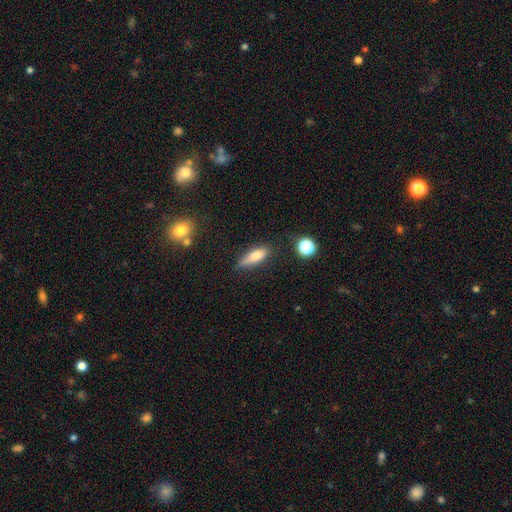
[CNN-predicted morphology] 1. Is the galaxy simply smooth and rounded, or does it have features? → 73% smooth, 18% featured or disk, 9% star or artifact.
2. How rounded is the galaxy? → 49% cigar-shaped, 48% in between, 3% round.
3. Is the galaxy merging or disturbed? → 67% none, 24% minor disturbance, 6% major disturbance, 4% merger.